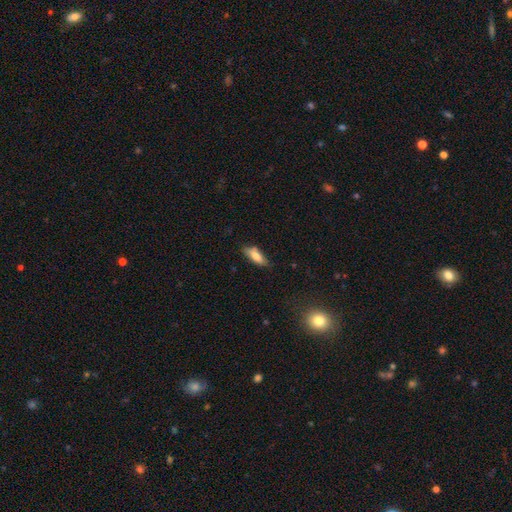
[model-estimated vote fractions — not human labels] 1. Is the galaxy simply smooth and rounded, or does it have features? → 74% smooth, 19% featured or disk, 7% star or artifact.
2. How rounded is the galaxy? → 62% in between, 36% cigar-shaped, 2% round.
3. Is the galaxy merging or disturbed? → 73% none, 21% minor disturbance, 4% major disturbance, 2% merger.